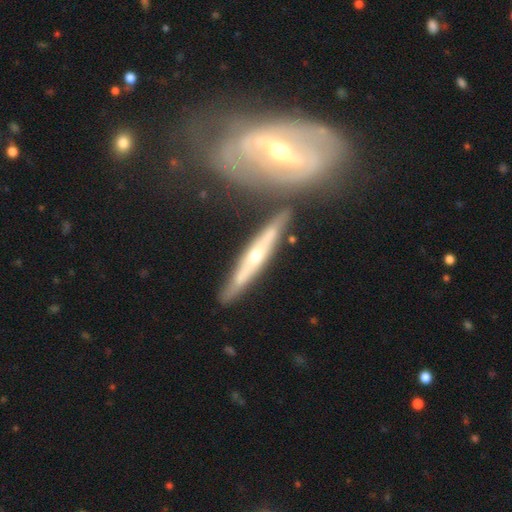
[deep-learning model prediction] Overall: featured or disk (77%). Edge-on disk: yes (84%). Edge-on bulge: rounded (82%). Merging: none (69%).